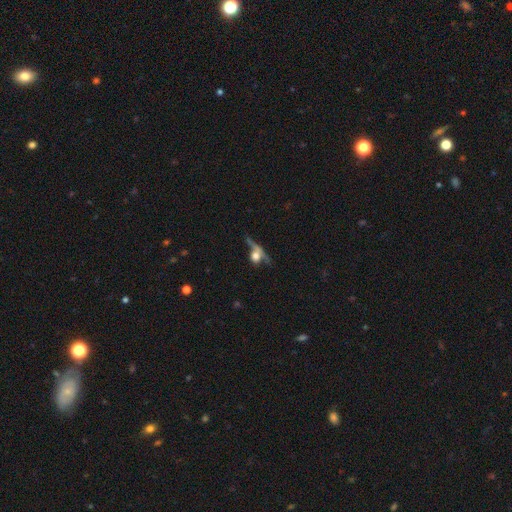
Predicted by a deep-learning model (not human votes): Morphology: type=smooth (48%); merging=none (35%).